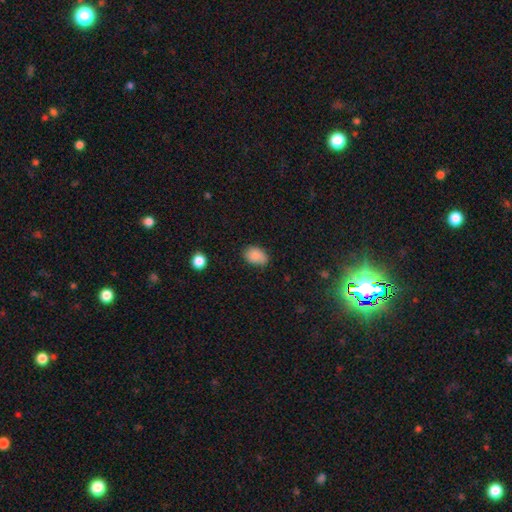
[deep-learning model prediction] Smooth or featured? smooth (86%)
How rounded? in between (80%)
Merging? none (66%)